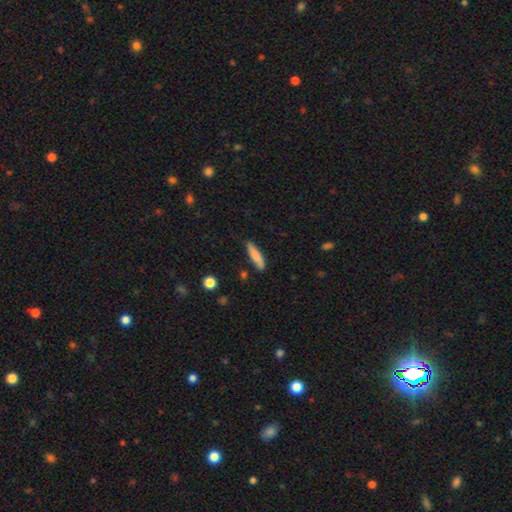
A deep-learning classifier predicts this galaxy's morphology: A smooth galaxy with no disk features (76%) that is cigar-shaped (77%).

Vote fractions:
- Smooth or featured? smooth: 76% / featured or disk: 18% / star or artifact: 6%
- How rounded? cigar-shaped: 77% / in between: 21% / round: 2%
- Merging? none: 77% / minor disturbance: 17% / major disturbance: 3% / merger: 3%